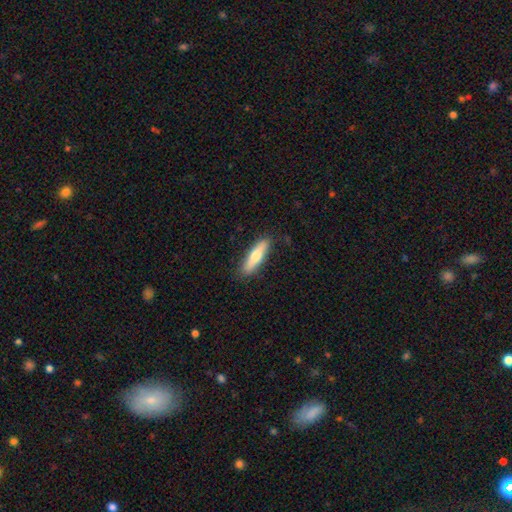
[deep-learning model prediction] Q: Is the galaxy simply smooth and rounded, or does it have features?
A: smooth — 64%.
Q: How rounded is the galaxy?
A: cigar-shaped — 74%.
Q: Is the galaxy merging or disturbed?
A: none — 88%.